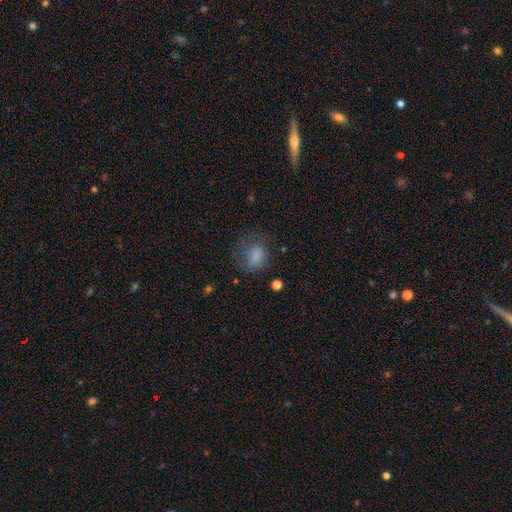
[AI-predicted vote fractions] Smooth or featured?
  - smooth: 73% *
  - featured or disk: 16%
  - star or artifact: 11%
How rounded?
  - round: 52% *
  - in between: 47%
  - cigar-shaped: 1%
Merging?
  - none: 47% *
  - major disturbance: 26%
  - minor disturbance: 25%
  - merger: 2%